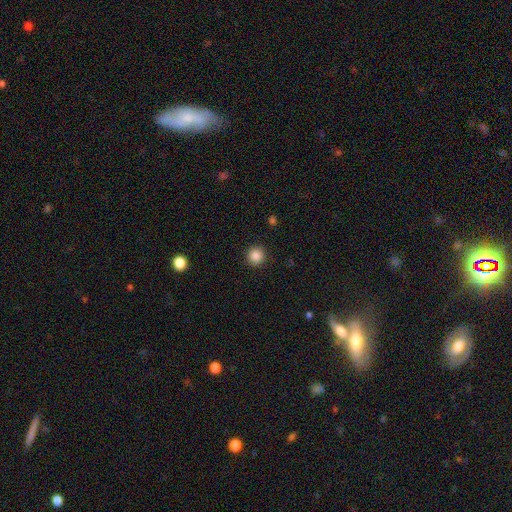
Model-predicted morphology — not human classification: Smooth or featured? smooth (86%)
How rounded? round (95%)
Merging? none (92%)